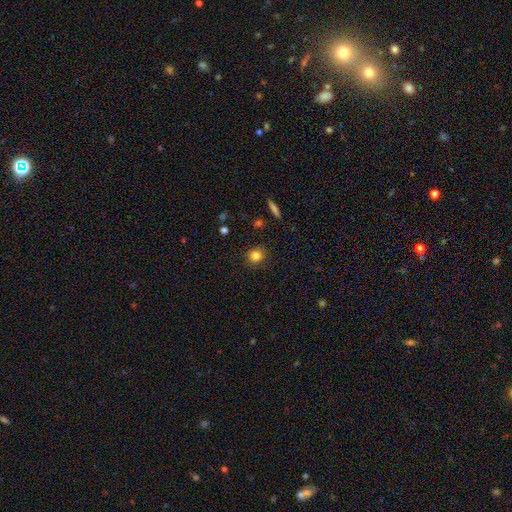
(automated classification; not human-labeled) Smooth or featured? Predicted: smooth (p=0.82). How rounded? Predicted: round (p=0.86). Merging? Predicted: none (p=0.88).